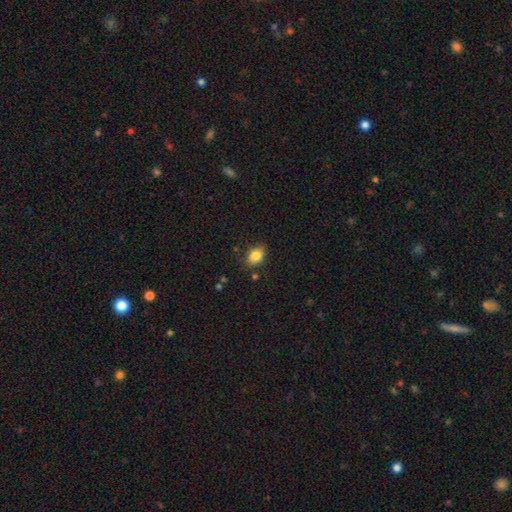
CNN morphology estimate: Q: Smooth or featured?
A: smooth (85%); runner-up: star or artifact (9%)
Q: How rounded?
A: in between (80%); runner-up: round (18%)
Q: Merging?
A: none (81%); runner-up: minor disturbance (14%)